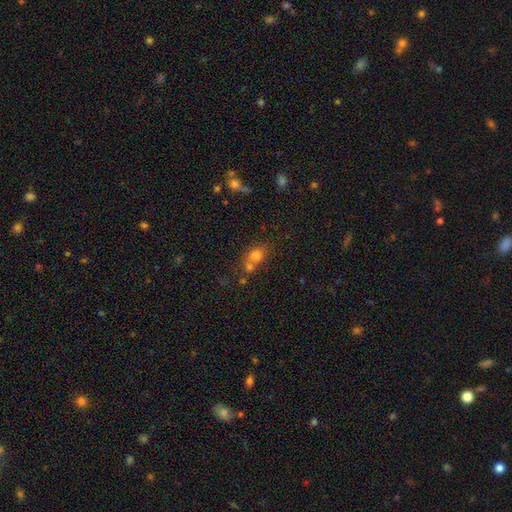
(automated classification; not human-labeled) Overall: smooth (70%). How rounded: round (61%; in between 37%). Merging: merger (52%; none 33%).